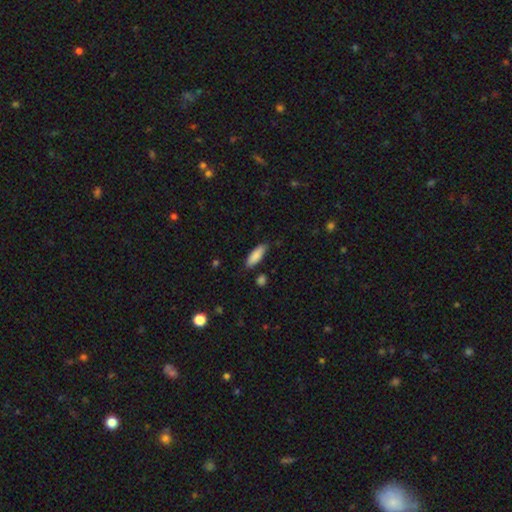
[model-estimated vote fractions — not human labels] Smooth or featured? smooth (87%)
How rounded? in between (58%)
Merging? none (79%)